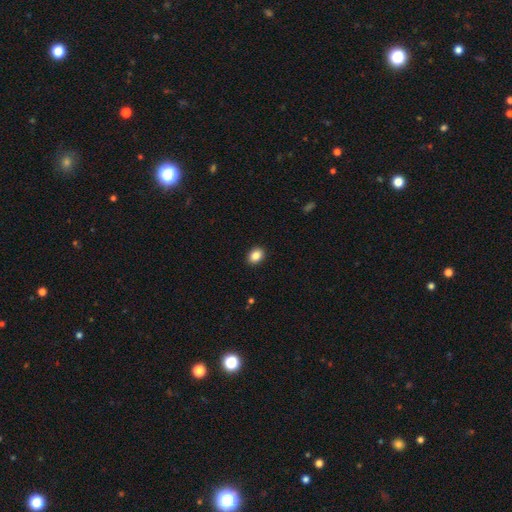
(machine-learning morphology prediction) The model was most divided on "how rounded": in between: 69%, round: 30%, cigar-shaped: 1%. More confident: merging — none (91%); smooth or featured — smooth (86%).